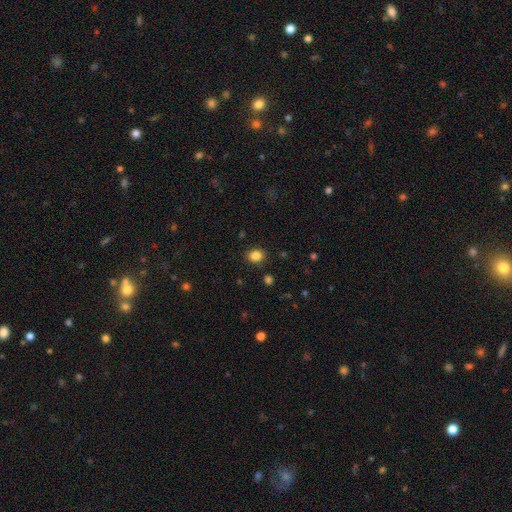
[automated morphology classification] This is clearly a smooth galaxy (84%). How rounded: likely round (61%). Merging: clearly none (88%).